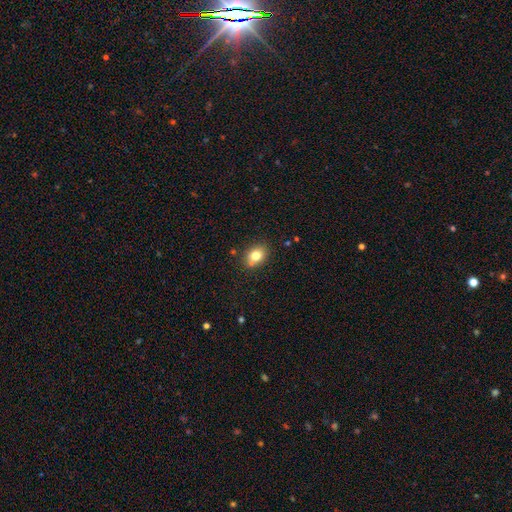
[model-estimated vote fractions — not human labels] smooth 78%, featured or disk 11%, star or artifact 10%. Down the decision tree: how rounded — in between (58%); merging — none (76%).